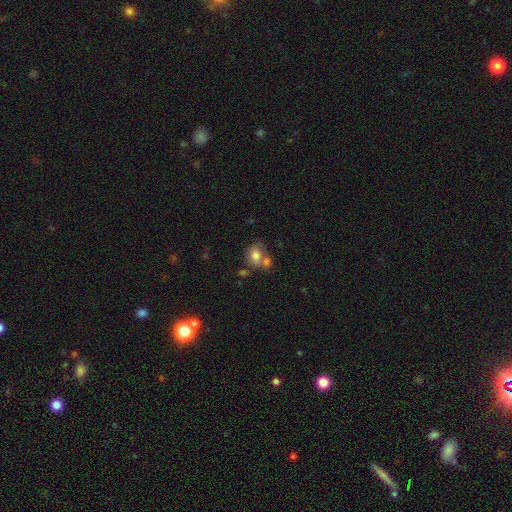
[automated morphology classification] The model was most divided on "merging": merger: 41%, none: 39%, minor disturbance: 14%, major disturbance: 6%. More confident: smooth or featured — smooth (76%); how rounded — in between (54%).